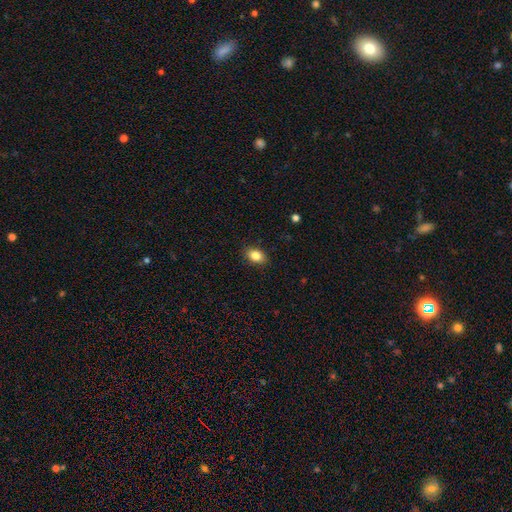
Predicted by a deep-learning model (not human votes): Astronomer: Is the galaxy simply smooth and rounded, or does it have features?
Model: smooth — 84%.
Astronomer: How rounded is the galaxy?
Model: in between — 79%.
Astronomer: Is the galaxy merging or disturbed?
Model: none — 88%.